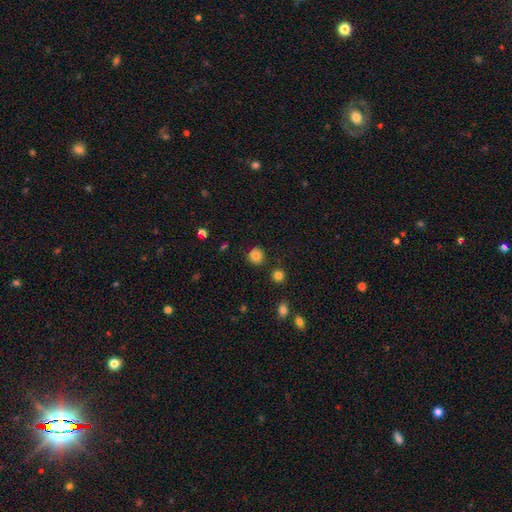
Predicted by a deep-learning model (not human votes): This appears to be a smooth galaxy with no disk features (83%) that is round (92%). Merging: none (88%).